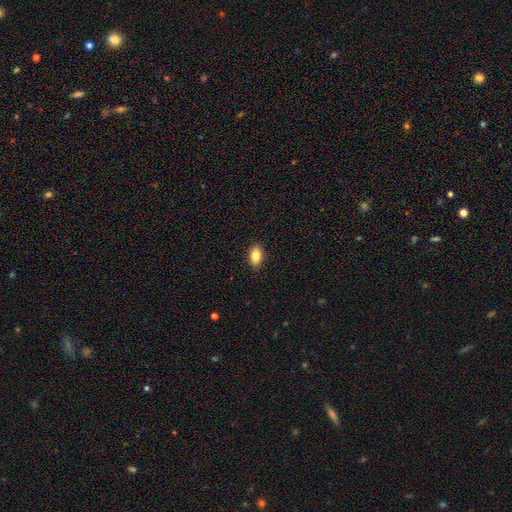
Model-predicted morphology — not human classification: smooth 83%, featured or disk 9%, star or artifact 8%. Down the decision tree: how rounded — in between (91%); merging — none (90%).